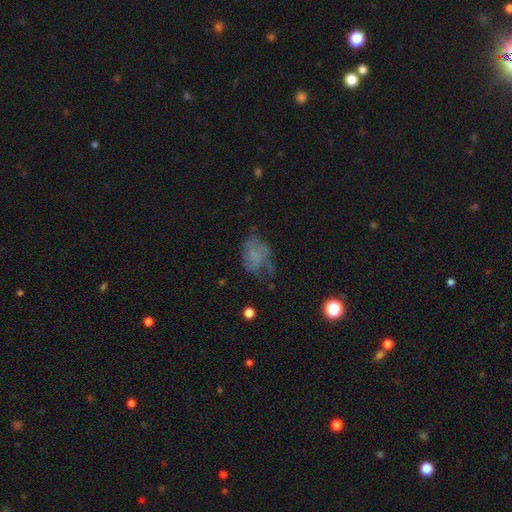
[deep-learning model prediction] This appears to be a smooth galaxy with no disk features (47%). Merging: none (43%).